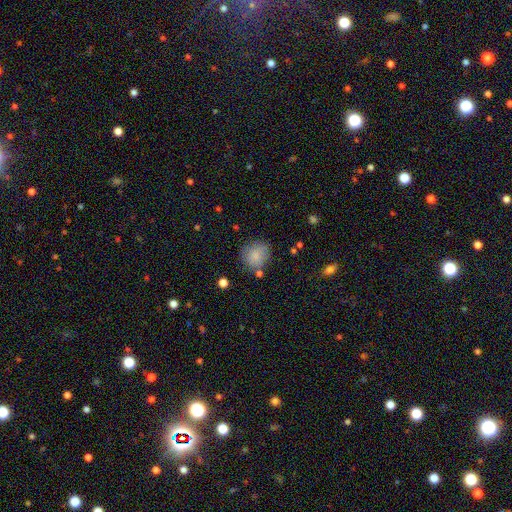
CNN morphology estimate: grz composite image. It shows a smooth galaxy with no disk features (83%) that is round (82%). Merging: none (71%).